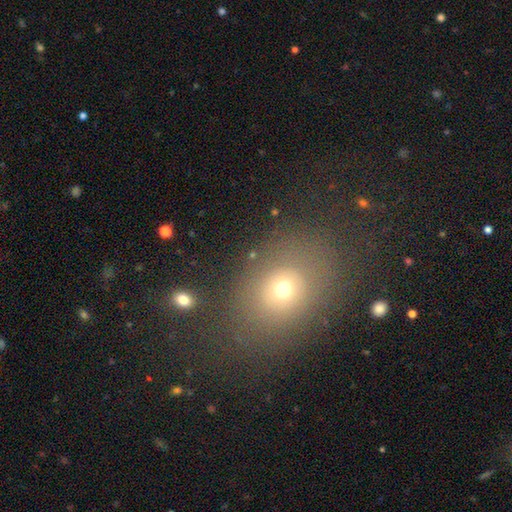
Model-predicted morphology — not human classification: This is likely a smooth galaxy (63%). How rounded: possibly in between (52%). Merging: likely none (76%).